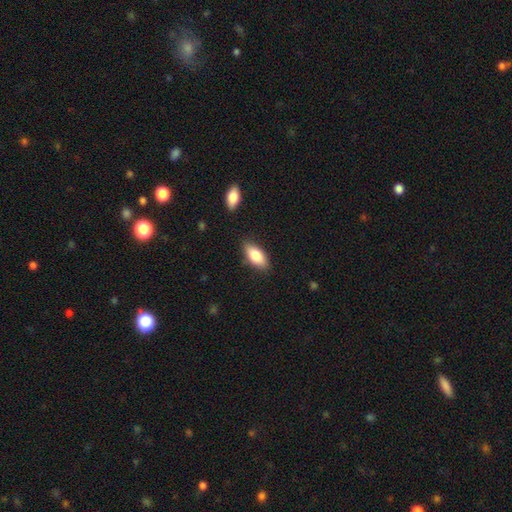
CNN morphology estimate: Smooth or featured? smooth (81%)
How rounded? in between (86%)
Merging? none (83%)